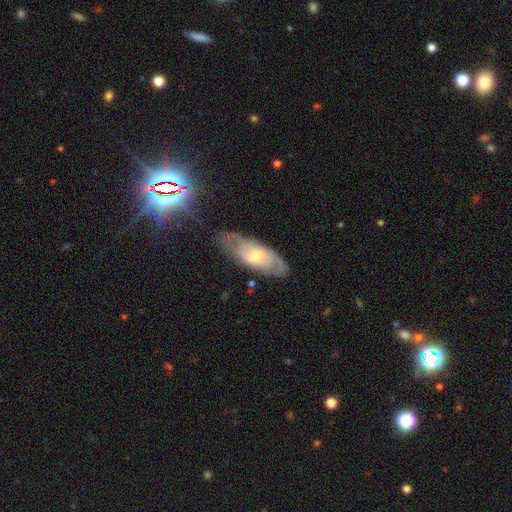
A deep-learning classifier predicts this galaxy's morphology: Q: Smooth or featured?
A: featured or disk (58%); runner-up: smooth (35%)
Q: Edge-on disk?
A: no (83%); runner-up: yes (17%)
Q: Merging?
A: none (64%); runner-up: minor disturbance (26%)